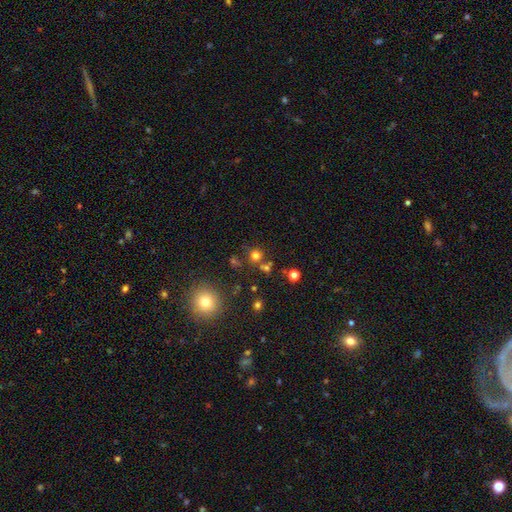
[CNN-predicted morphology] Smooth or featured: smooth — 68% (star or artifact — 23%)
How rounded: round — 90% (in between — 9%)
Merging: none — 70% (merger — 18%)